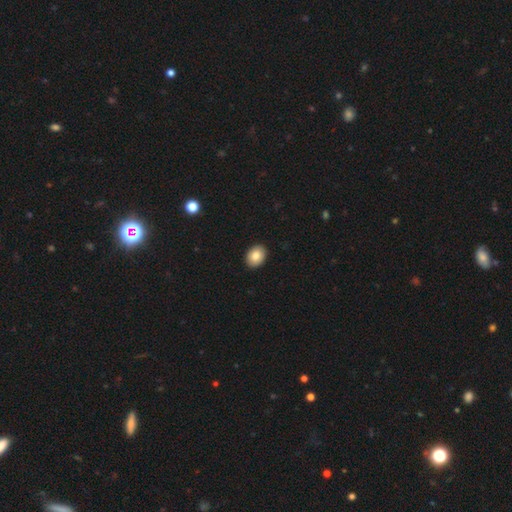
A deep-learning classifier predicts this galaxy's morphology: A smooth galaxy with no disk features (84%) that is in between round and cigar-shaped (66%). Merging: none (91%).